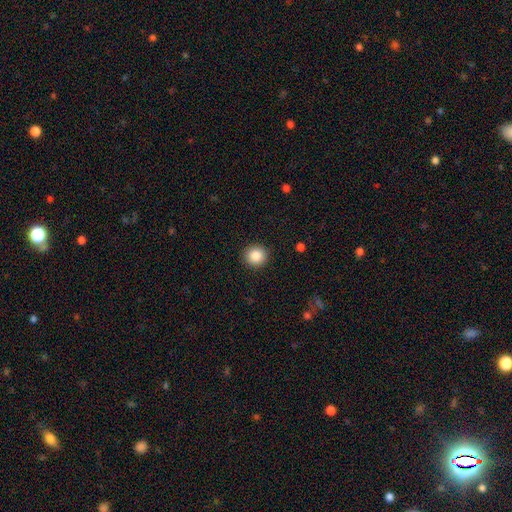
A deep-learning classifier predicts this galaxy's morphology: A smooth galaxy with no disk features (87%) that is round (90%).

Vote fractions:
- Smooth or featured? smooth: 87% / star or artifact: 9% / featured or disk: 4%
- How rounded? round: 90% / in between: 9% / cigar-shaped: 1%
- Merging? none: 91% / minor disturbance: 6% / major disturbance: 2% / merger: 1%